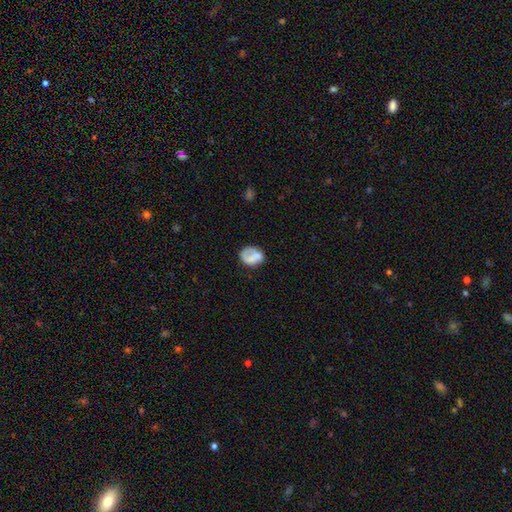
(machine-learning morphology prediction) Smooth or featured? smooth (59%)
How rounded? round (50%)
Merging? none (50%)